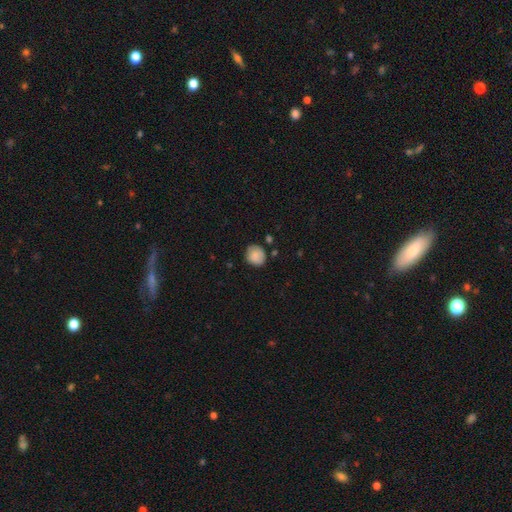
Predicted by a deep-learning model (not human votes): smooth 86%, star or artifact 8%, featured or disk 6%. Down the decision tree: how rounded — round (79%); merging — none (79%).